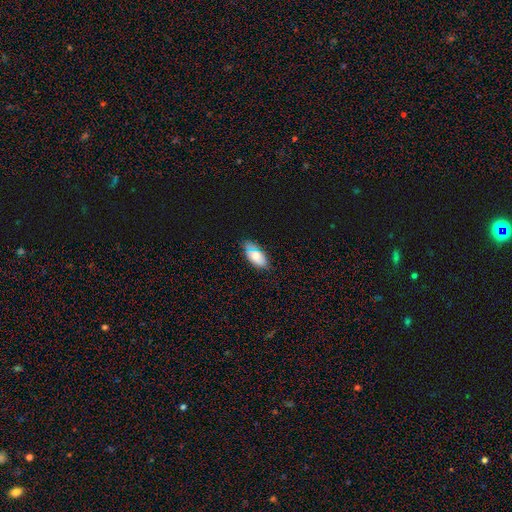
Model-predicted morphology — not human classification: A smooth galaxy with no disk features (71%) that is in between round and cigar-shaped (90%).

Vote fractions:
- Smooth or featured? smooth: 71% / featured or disk: 16% / star or artifact: 13%
- How rounded? in between: 90% / cigar-shaped: 5% / round: 4%
- Merging? none: 80% / minor disturbance: 16% / major disturbance: 3% / merger: 2%